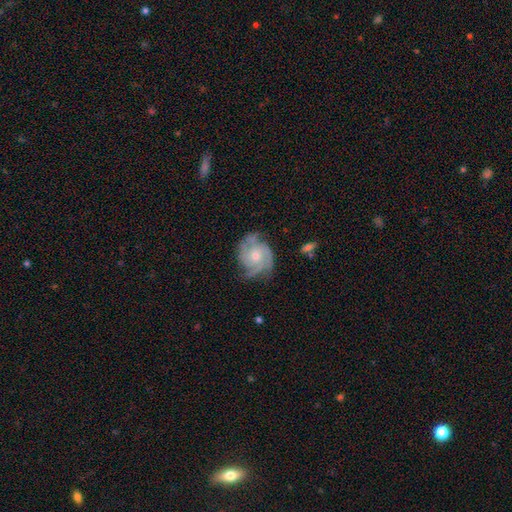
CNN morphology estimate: type=featured or disk (85%); edge-on=no (98%); bar=no (76%); spiral arms=yes (96%); winding=tight (50%); arm count=3 (44%); bulge=moderate (49%); merging=none (69%).